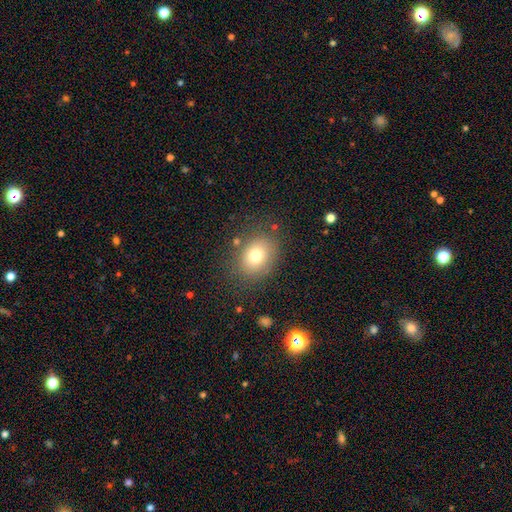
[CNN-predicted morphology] Overall: smooth (75%). How rounded: in between (56%; round 43%). Merging: none (79%).